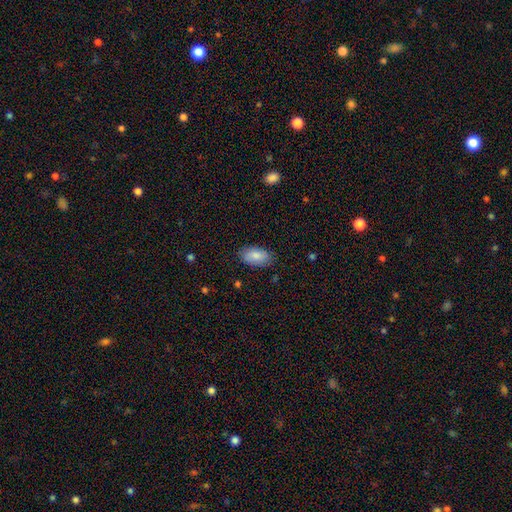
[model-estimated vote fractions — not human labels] Smooth or featured: smooth — 84% (featured or disk — 10%)
How rounded: in between — 94% (round — 4%)
Merging: none — 84% (minor disturbance — 13%)